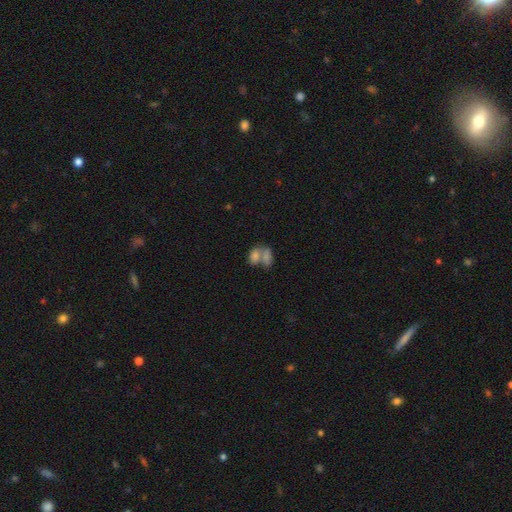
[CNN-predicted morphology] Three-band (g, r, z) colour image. It shows a smooth galaxy with no disk features (77%) that is in between round and cigar-shaped (77%). Merging: merger (69%).